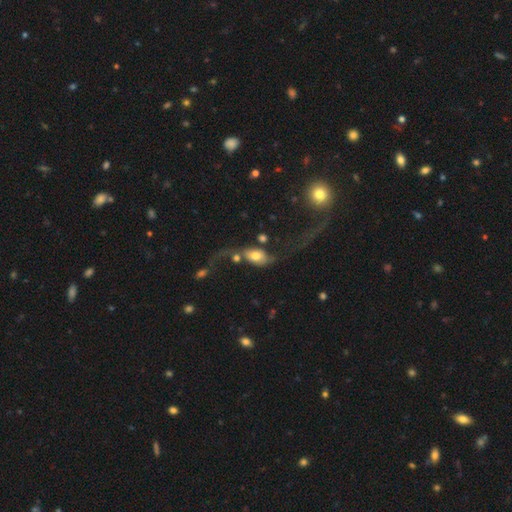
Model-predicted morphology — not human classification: smooth 47%, featured or disk 45%, star or artifact 8%. Down the decision tree: merging — major disturbance (34%).